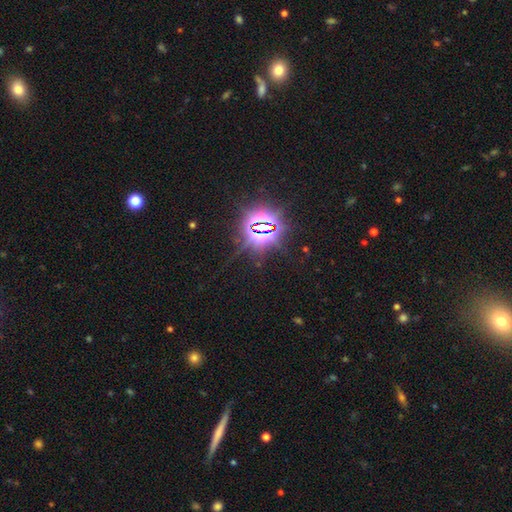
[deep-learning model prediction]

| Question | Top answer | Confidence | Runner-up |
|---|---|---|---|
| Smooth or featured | star or artifact | 82% | smooth (10%) |